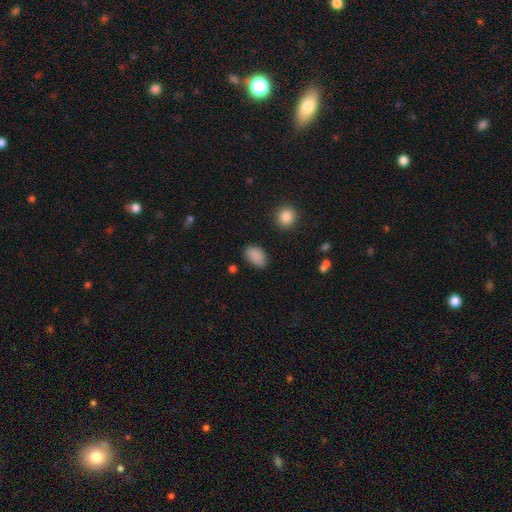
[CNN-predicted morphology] smooth 88%, star or artifact 9%, featured or disk 4%. Down the decision tree: how rounded — in between (87%); merging — none (82%).